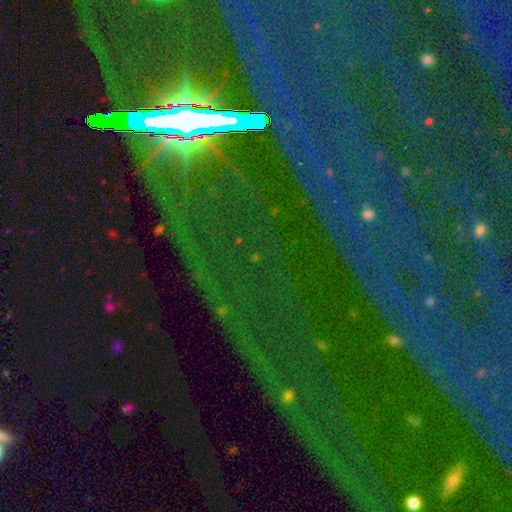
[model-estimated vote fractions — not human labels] A star or artifact, not a galaxy (81%).